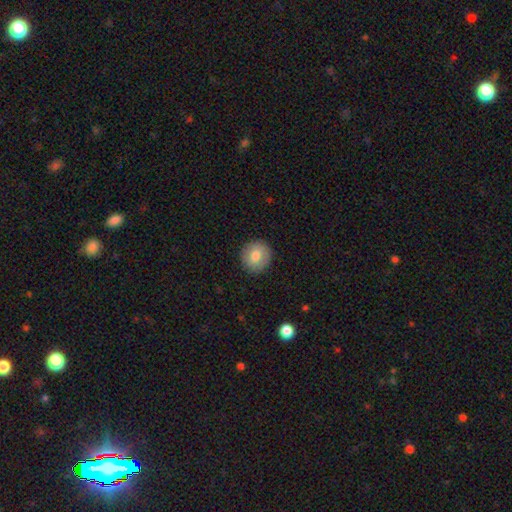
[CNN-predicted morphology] A smooth galaxy with no disk features (78%) that is round (91%). Merging: none (90%).